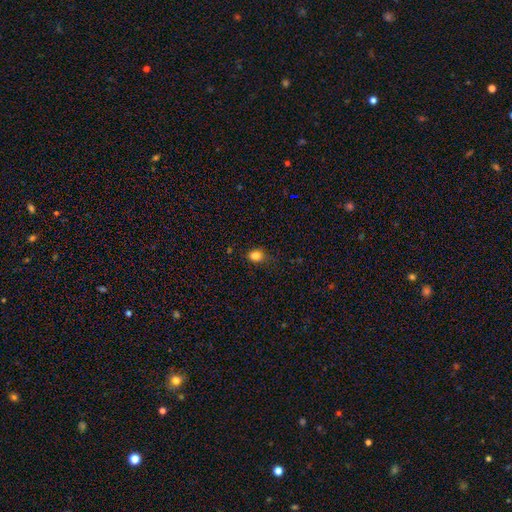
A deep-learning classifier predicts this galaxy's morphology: Overall: smooth (83%). How rounded: in between (53%; round 46%). Merging: none (71%).